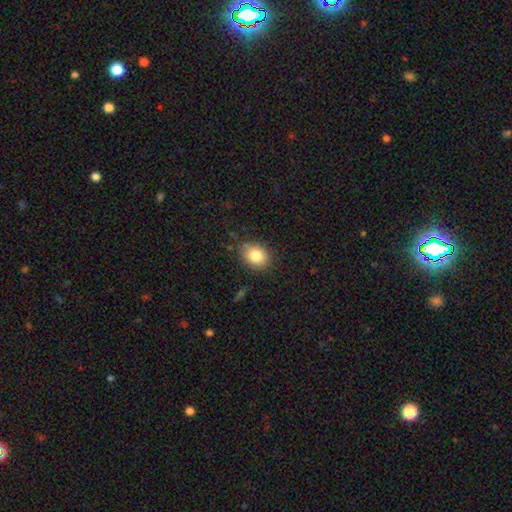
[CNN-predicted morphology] type=smooth (83%); roundness=in between (51%); merging=none (80%).